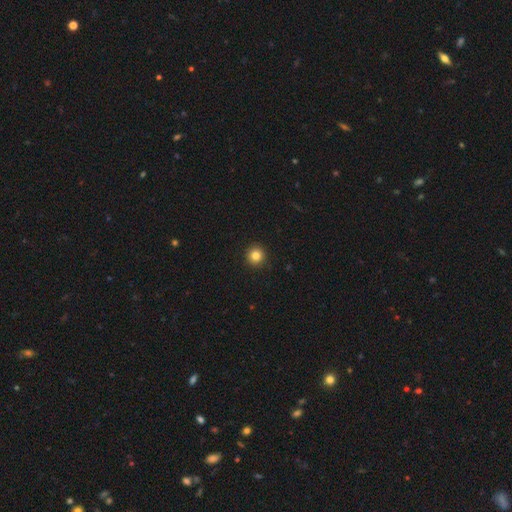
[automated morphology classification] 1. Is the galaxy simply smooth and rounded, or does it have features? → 82% smooth, 12% star or artifact, 6% featured or disk.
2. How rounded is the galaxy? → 95% round, 4% in between, 1% cigar-shaped.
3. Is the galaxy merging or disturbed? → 93% none, 4% minor disturbance, 1% major disturbance, 1% merger.